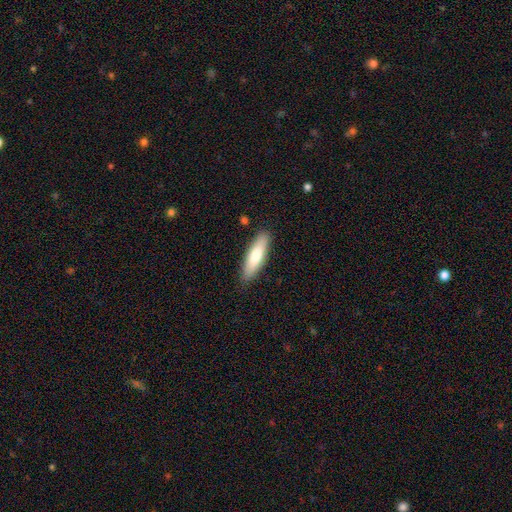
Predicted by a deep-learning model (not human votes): Smooth or featured? Predicted: smooth (p=0.74). How rounded? Predicted: cigar-shaped (p=0.63). Merging? Predicted: none (p=0.88).